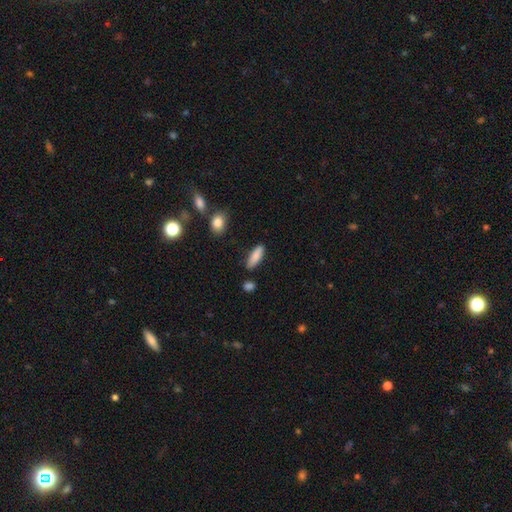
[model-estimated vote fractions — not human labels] Smooth or featured?
  - smooth: 86% *
  - featured or disk: 8%
  - star or artifact: 6%
How rounded?
  - in between: 50% *
  - cigar-shaped: 48%
  - round: 2%
Merging?
  - none: 83% *
  - minor disturbance: 12%
  - merger: 3%
  - major disturbance: 2%